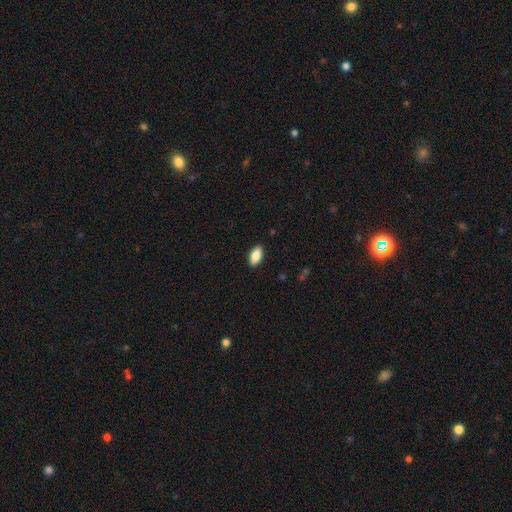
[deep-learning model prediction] This appears to be a smooth galaxy with no disk features (85%) that is in between round and cigar-shaped (90%). Merging: none (89%).